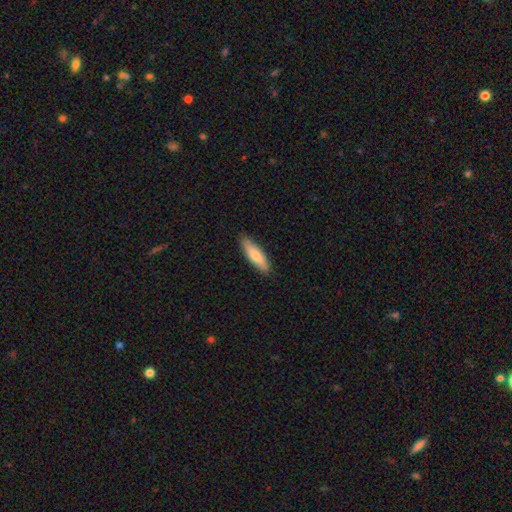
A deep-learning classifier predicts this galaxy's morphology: Smooth or featured? Predicted: smooth (p=0.77). How rounded? Predicted: cigar-shaped (p=0.63). Merging? Predicted: none (p=0.87).